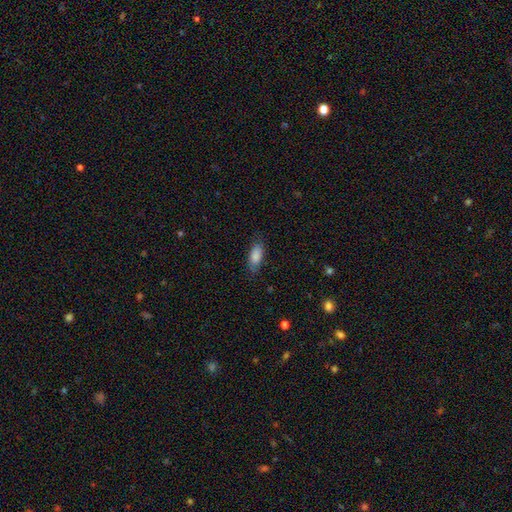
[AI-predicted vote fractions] This is clearly a smooth galaxy (85%). How rounded: clearly in between (85%). Merging: likely none (76%).